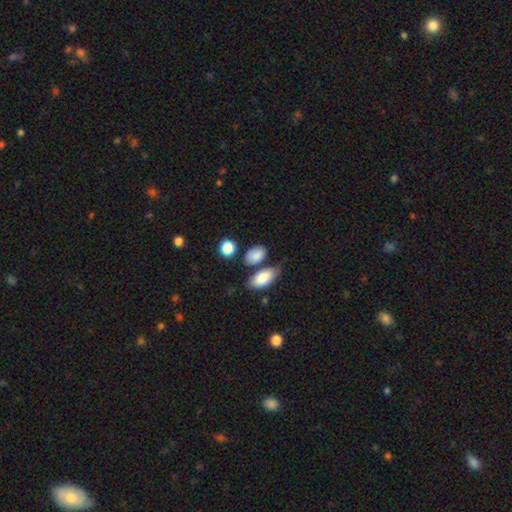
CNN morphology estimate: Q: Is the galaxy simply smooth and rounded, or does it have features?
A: smooth — 86%.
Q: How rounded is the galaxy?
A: in between — 84%.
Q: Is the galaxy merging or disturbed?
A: none — 61%.